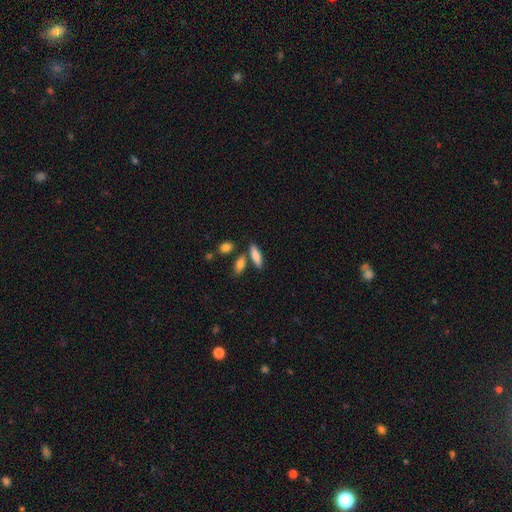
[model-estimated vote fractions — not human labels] The model was most divided on "how rounded": cigar-shaped: 50%, in between: 47%, round: 3%. More confident: smooth or featured — smooth (79%); merging — none (68%).